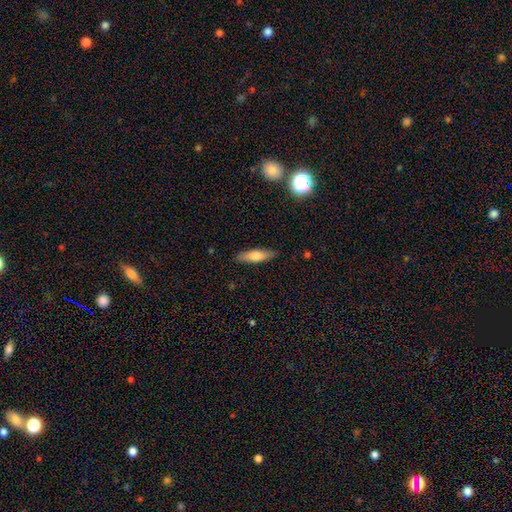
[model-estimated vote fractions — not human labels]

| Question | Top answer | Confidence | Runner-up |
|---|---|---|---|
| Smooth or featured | smooth | 68% | featured or disk (26%) |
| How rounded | cigar-shaped | 63% | in between (35%) |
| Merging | none | 87% | minor disturbance (9%) |